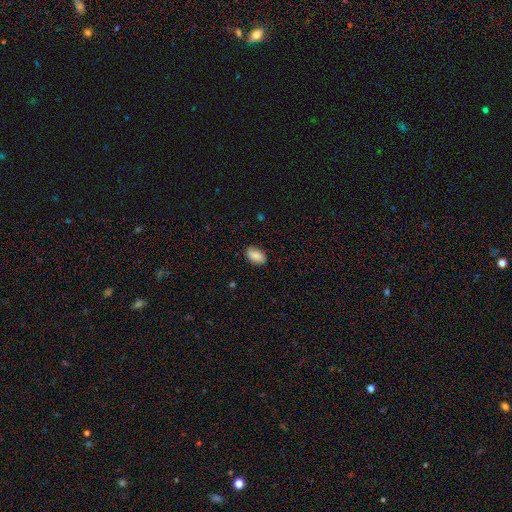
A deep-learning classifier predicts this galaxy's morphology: Q: Smooth or featured?
A: smooth (87%); runner-up: star or artifact (7%)
Q: How rounded?
A: in between (93%); runner-up: round (5%)
Q: Merging?
A: none (86%); runner-up: minor disturbance (11%)